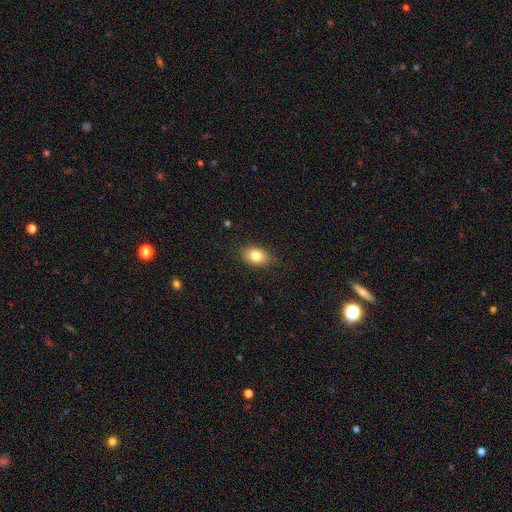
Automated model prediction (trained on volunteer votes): Q: Smooth or featured?
A: smooth (82%); runner-up: featured or disk (10%)
Q: How rounded?
A: in between (83%); runner-up: round (15%)
Q: Merging?
A: none (85%); runner-up: minor disturbance (11%)